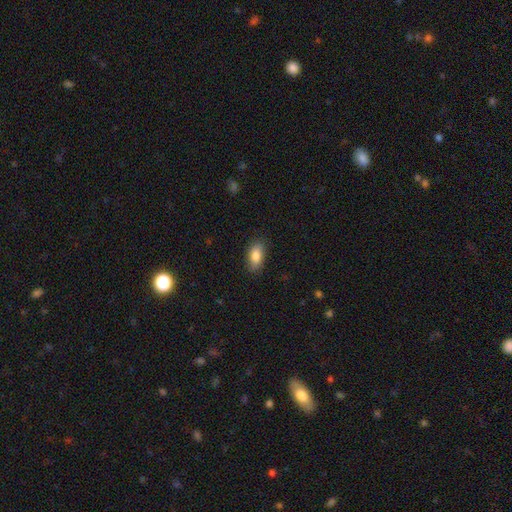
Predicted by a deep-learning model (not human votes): Overall: smooth (84%). How rounded: in between (89%). Merging: none (85%).